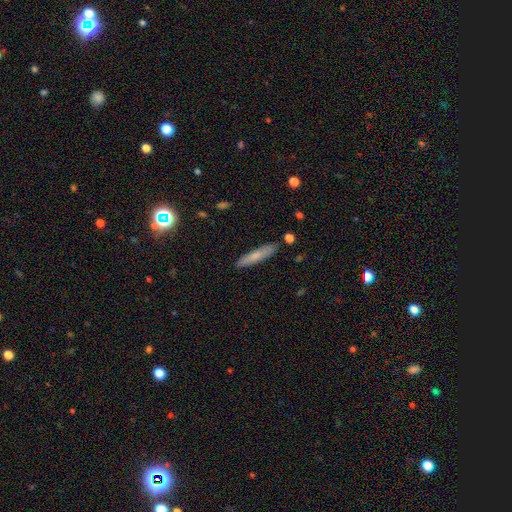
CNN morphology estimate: Smooth or featured? Predicted: smooth (p=0.72). How rounded? Predicted: cigar-shaped (p=0.89). Merging? Predicted: none (p=0.88).